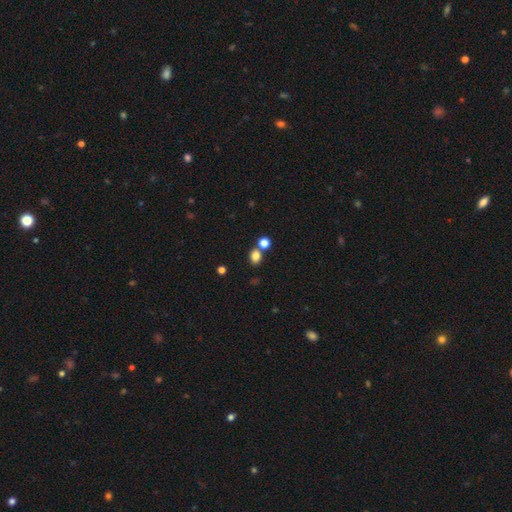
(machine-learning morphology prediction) smooth-or-featured: smooth: 81% | star or artifact: 13% | featured or disk: 6%
  how-rounded: round: 53% | in between: 46% | cigar-shaped: 1%
  merging: none: 64% | merger: 24% | minor disturbance: 9% | major disturbance: 3%